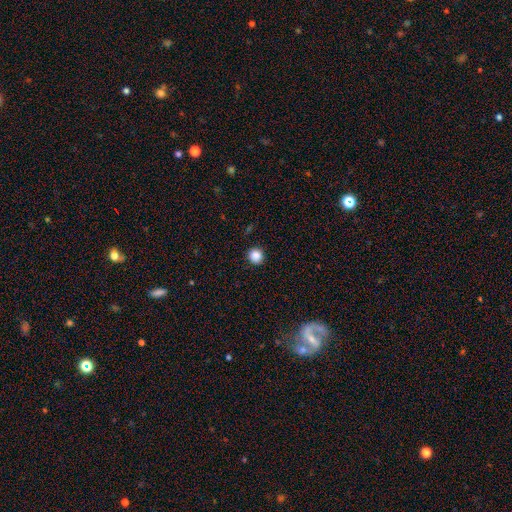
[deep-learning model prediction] Smooth or featured?
  - smooth: 87% *
  - star or artifact: 10%
  - featured or disk: 3%
How rounded?
  - round: 93% *
  - in between: 6%
  - cigar-shaped: 1%
Merging?
  - none: 92% *
  - minor disturbance: 5%
  - major disturbance: 2%
  - merger: 1%